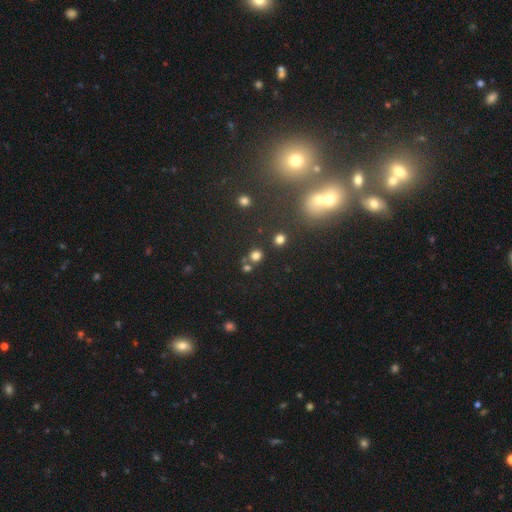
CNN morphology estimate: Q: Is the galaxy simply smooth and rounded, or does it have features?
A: smooth — 74%.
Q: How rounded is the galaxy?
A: round — 80%.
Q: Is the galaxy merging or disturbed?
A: none — 69%.